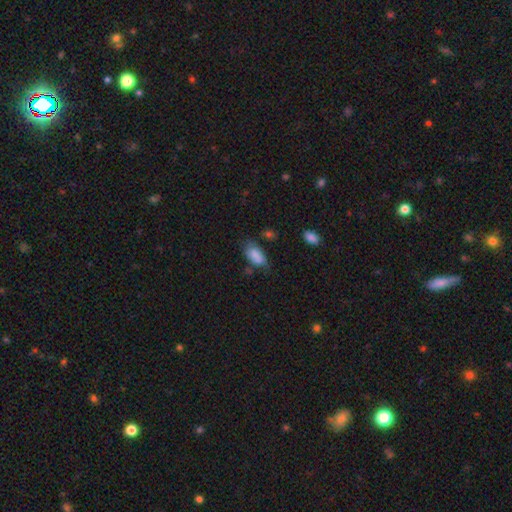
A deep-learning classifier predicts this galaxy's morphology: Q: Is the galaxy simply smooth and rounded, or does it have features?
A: smooth — 81%.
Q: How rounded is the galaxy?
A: in between — 92%.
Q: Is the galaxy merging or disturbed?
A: none — 51%.